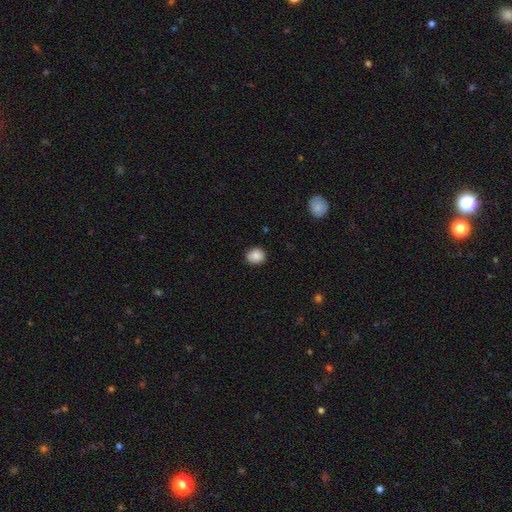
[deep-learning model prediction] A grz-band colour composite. It shows a smooth galaxy with no disk features (86%) that is round (77%). Merging: none (88%).